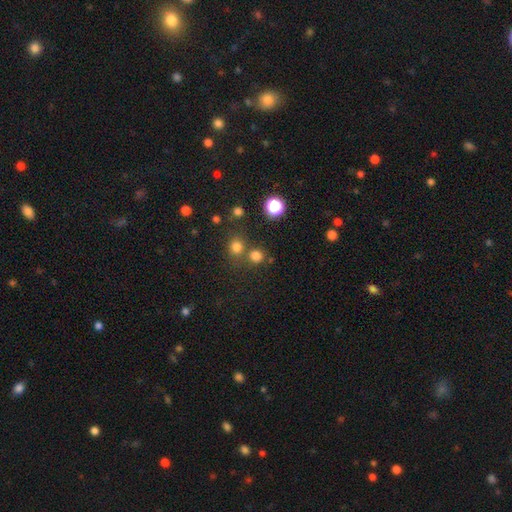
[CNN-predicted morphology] Smooth or featured?
  - smooth: 74% *
  - star or artifact: 20%
  - featured or disk: 5%
How rounded?
  - round: 86% *
  - in between: 13%
  - cigar-shaped: 1%
Merging?
  - none: 68% *
  - merger: 21%
  - minor disturbance: 8%
  - major disturbance: 3%